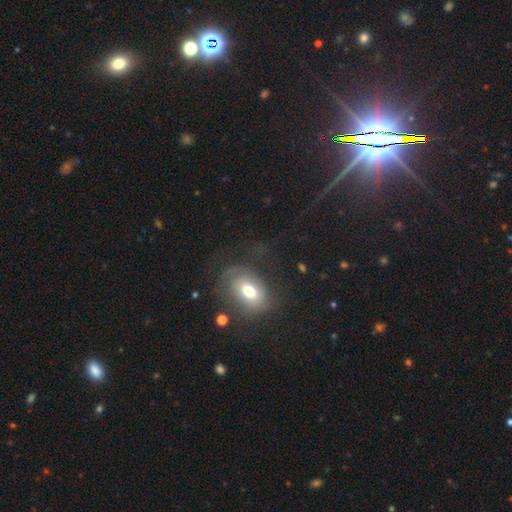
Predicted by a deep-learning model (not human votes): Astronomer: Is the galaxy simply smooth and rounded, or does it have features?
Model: star or artifact — 38% (runner-up: smooth, 33%).